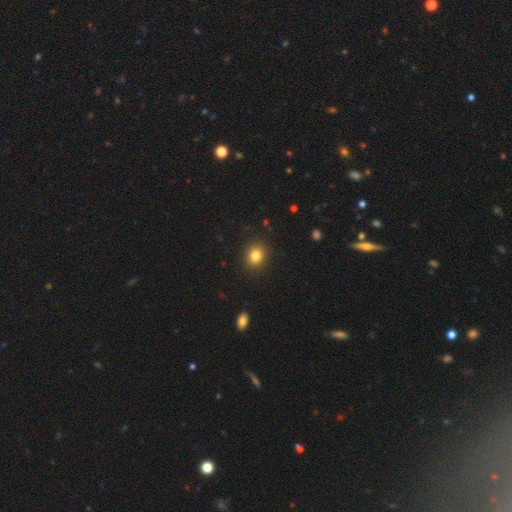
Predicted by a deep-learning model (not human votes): This is clearly a smooth galaxy (83%). How rounded: likely round (65%). Merging: clearly none (90%).